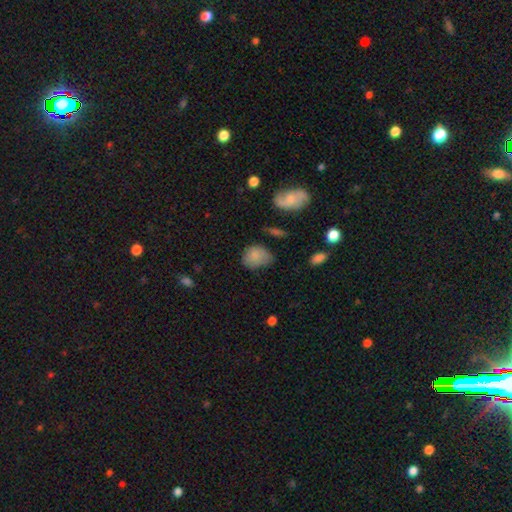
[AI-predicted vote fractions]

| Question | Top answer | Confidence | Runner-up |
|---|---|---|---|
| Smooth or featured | smooth | 77% | featured or disk (14%) |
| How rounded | in between | 58% | round (40%) |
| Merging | none | 45% | minor disturbance (37%) |